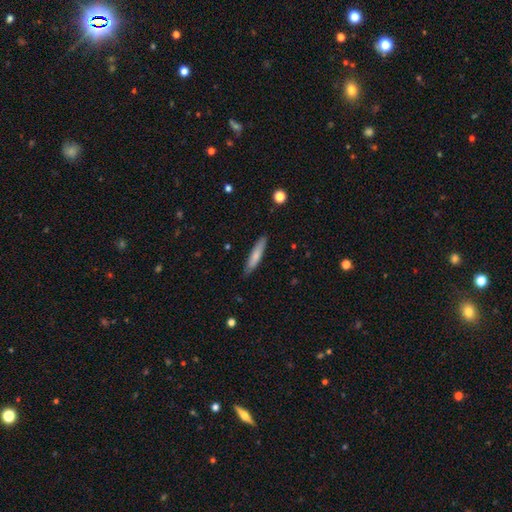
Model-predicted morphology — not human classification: smooth-or-featured: smooth: 74% | featured or disk: 20% | star or artifact: 5%
  how-rounded: cigar-shaped: 87% | in between: 12% | round: 1%
  merging: none: 83% | minor disturbance: 13% | major disturbance: 2% | merger: 1%